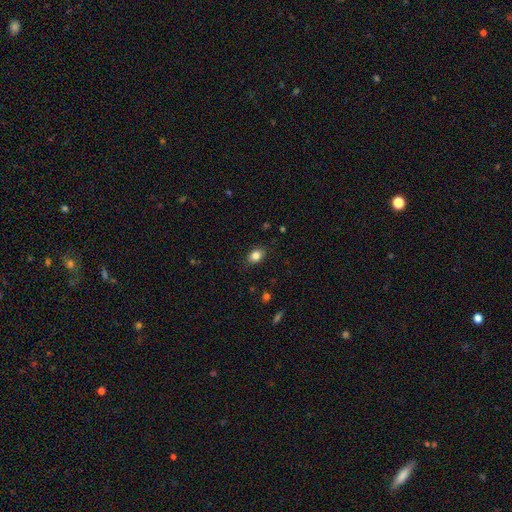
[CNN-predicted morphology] Q: Smooth or featured?
A: smooth (84%); runner-up: star or artifact (9%)
Q: How rounded?
A: in between (74%); runner-up: round (25%)
Q: Merging?
A: none (85%); runner-up: minor disturbance (11%)